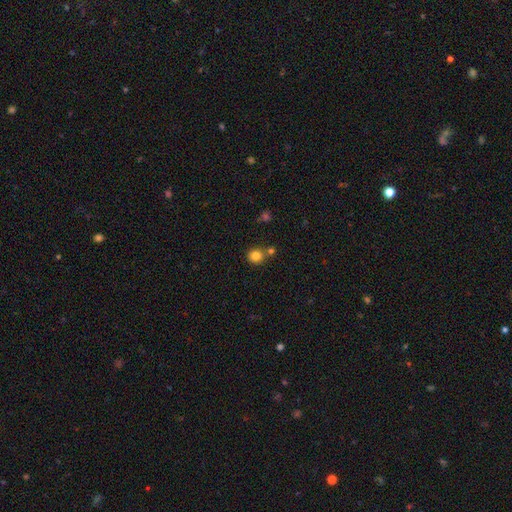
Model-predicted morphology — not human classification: type=smooth (83%); roundness=round (89%); merging=none (72%).